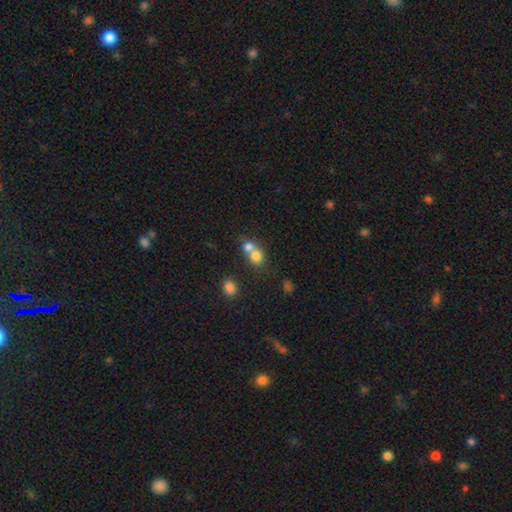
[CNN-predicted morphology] type=smooth (75%); roundness=round (76%); merging=merger (62%).